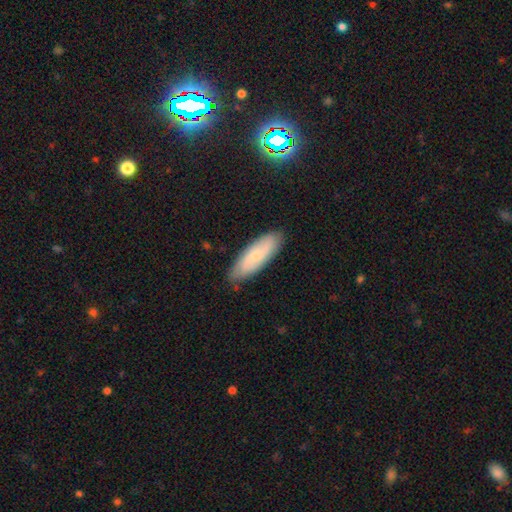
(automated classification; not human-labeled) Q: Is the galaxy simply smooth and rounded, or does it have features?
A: smooth — 55%.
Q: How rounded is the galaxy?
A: in between — 52%.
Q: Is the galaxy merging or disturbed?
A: none — 84%.